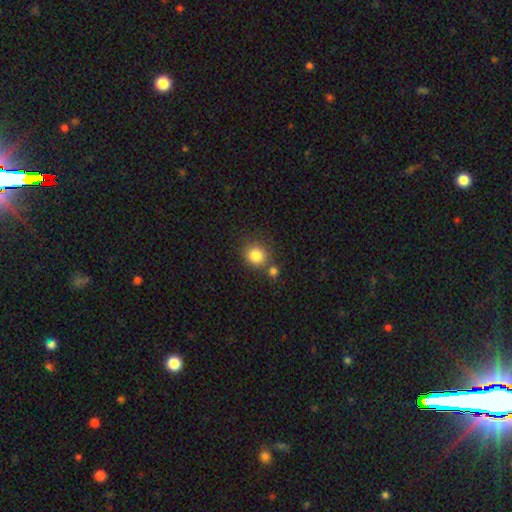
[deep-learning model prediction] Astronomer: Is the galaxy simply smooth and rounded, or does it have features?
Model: smooth — 84%.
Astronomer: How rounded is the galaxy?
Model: round — 85%.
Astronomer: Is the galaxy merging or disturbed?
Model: none — 65%.